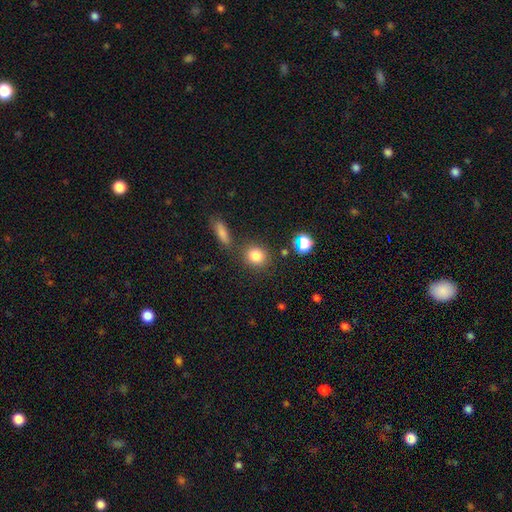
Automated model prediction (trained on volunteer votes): A smooth galaxy with no disk features (81%) that is round (73%). Merging: none (77%).